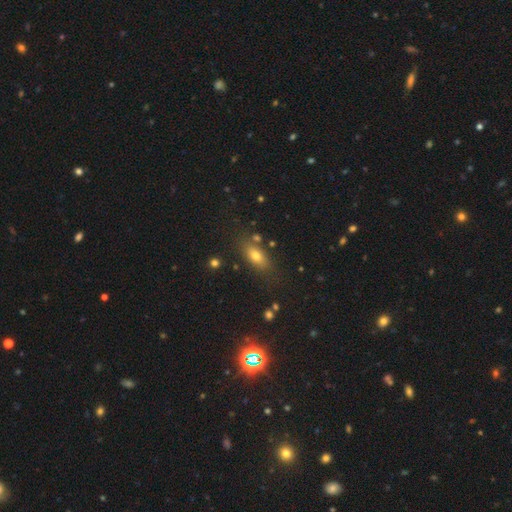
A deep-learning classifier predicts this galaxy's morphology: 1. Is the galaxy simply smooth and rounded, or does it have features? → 71% smooth, 16% featured or disk, 13% star or artifact.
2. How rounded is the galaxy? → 78% in between, 14% cigar-shaped, 8% round.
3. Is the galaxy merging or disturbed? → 78% none, 13% minor disturbance, 5% merger, 4% major disturbance.